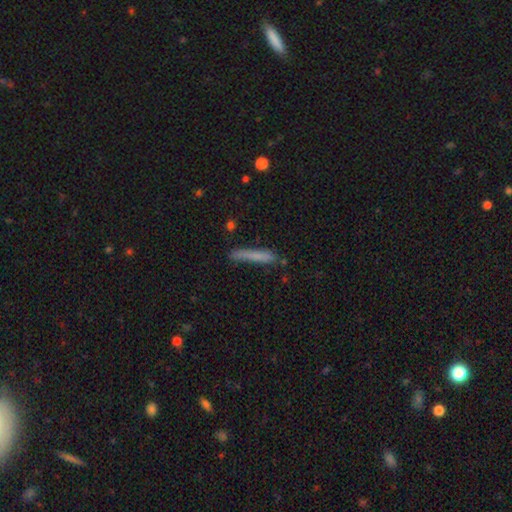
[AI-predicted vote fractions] Smooth or featured: smooth — 72% (featured or disk — 21%)
How rounded: cigar-shaped — 94% (in between — 4%)
Merging: none — 74% (minor disturbance — 18%)